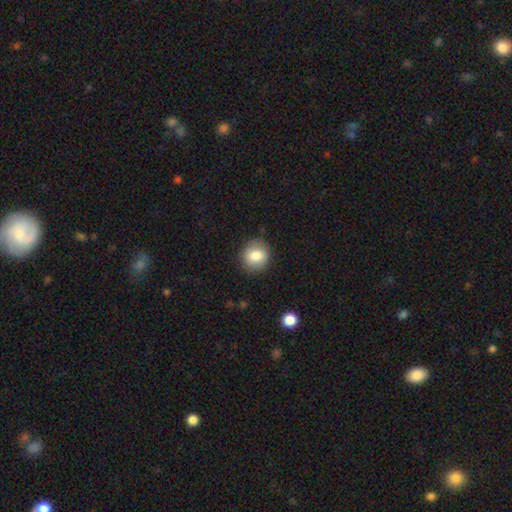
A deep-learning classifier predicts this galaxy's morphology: A smooth galaxy with no disk features (81%) that is round (80%).

Vote fractions:
- Smooth or featured? smooth: 81% / featured or disk: 10% / star or artifact: 9%
- How rounded? round: 80% / in between: 19% / cigar-shaped: 1%
- Merging? none: 87% / minor disturbance: 9% / major disturbance: 2% / merger: 1%